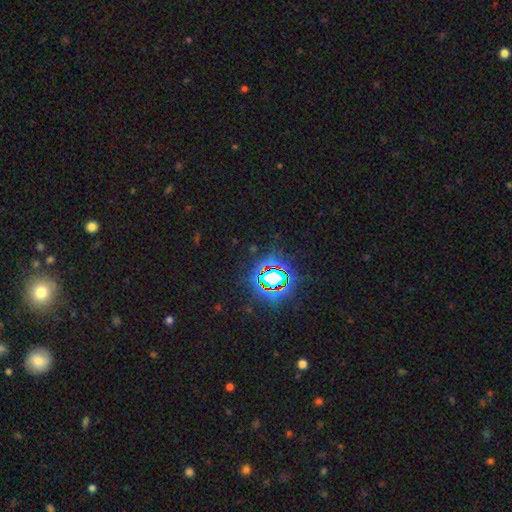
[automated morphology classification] smooth-or-featured: star or artifact: 82% | smooth: 11% | featured or disk: 7%